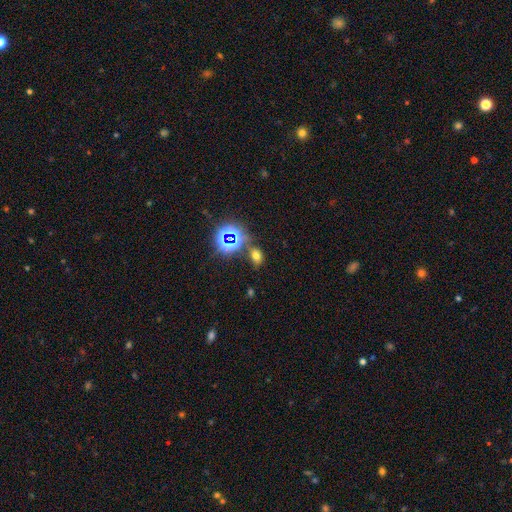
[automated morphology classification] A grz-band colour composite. It shows a smooth galaxy with no disk features (57%) that is in between round and cigar-shaped (77%). Merging: none (71%).